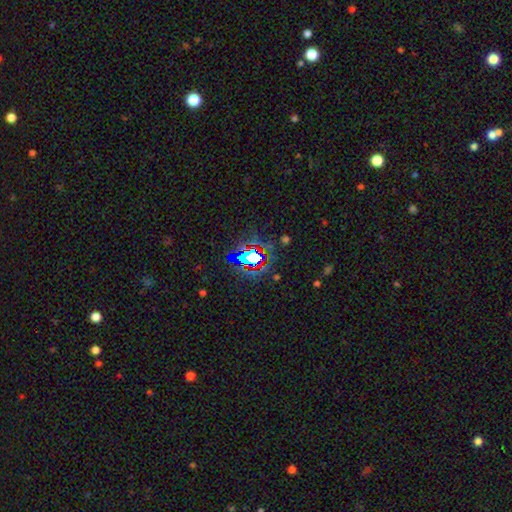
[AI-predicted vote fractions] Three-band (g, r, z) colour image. It shows a star or artifact, not a galaxy (67%).